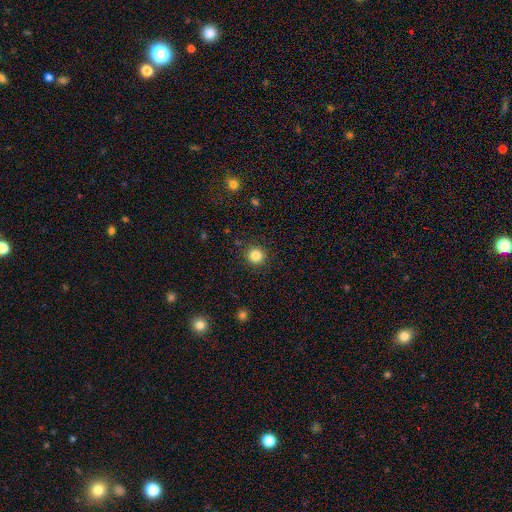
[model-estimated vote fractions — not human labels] smooth-or-featured: smooth: 84% | star or artifact: 12% | featured or disk: 4%
  how-rounded: round: 94% | in between: 5% | cigar-shaped: 1%
  merging: none: 91% | minor disturbance: 6% | major disturbance: 2% | merger: 1%